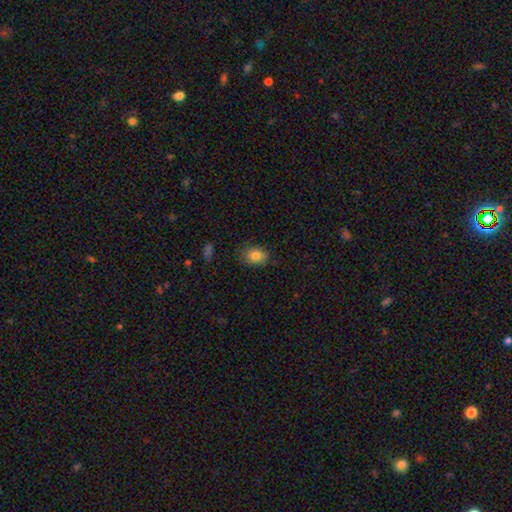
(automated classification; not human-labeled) smooth-or-featured: smooth: 83% | star or artifact: 9% | featured or disk: 8%
  how-rounded: in between: 73% | round: 26% | cigar-shaped: 1%
  merging: none: 76% | minor disturbance: 19% | major disturbance: 4% | merger: 1%